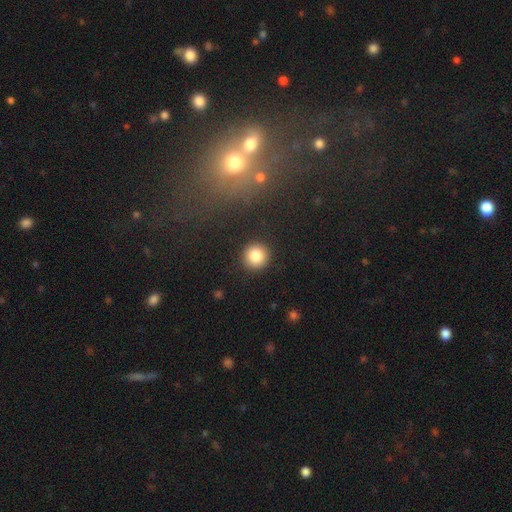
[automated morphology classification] This is clearly a smooth galaxy (83%). How rounded: clearly round (94%). Merging: clearly none (92%).